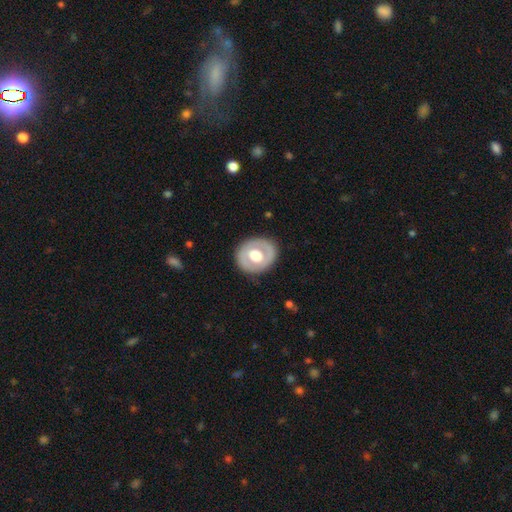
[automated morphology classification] type=featured or disk (51%); edge-on=no (94%); merging=none (85%).